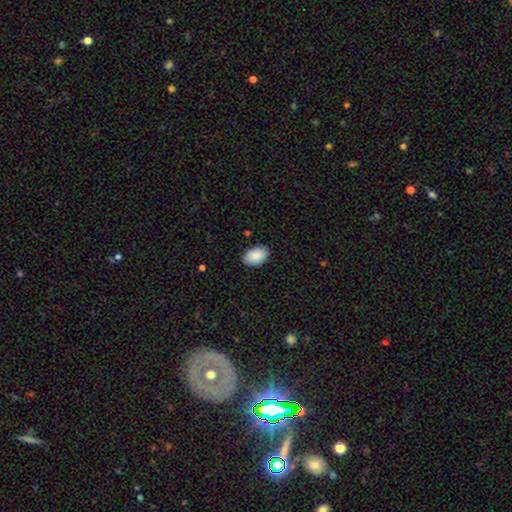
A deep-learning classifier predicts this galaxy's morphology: Smooth or featured? smooth (90%)
How rounded? in between (92%)
Merging? none (89%)